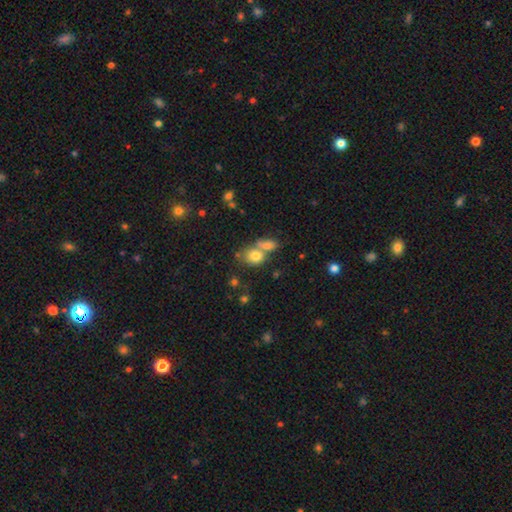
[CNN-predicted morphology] Smooth or featured?
  - smooth: 78% *
  - featured or disk: 12%
  - star or artifact: 10%
How rounded?
  - round: 52% *
  - in between: 46%
  - cigar-shaped: 2%
Merging?
  - merger: 49% *
  - none: 37%
  - minor disturbance: 10%
  - major disturbance: 4%